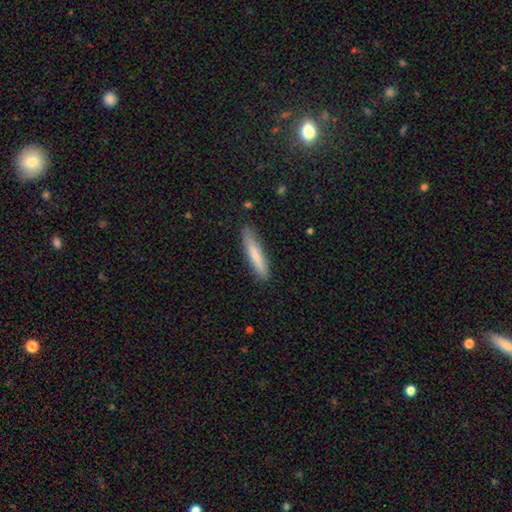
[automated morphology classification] smooth_or_featured: smooth (p=0.76) [alt: featured or disk p=0.18]
how_rounded: cigar-shaped (p=0.89) [alt: in between p=0.10]
merging: none (p=0.85) [alt: minor disturbance p=0.12]